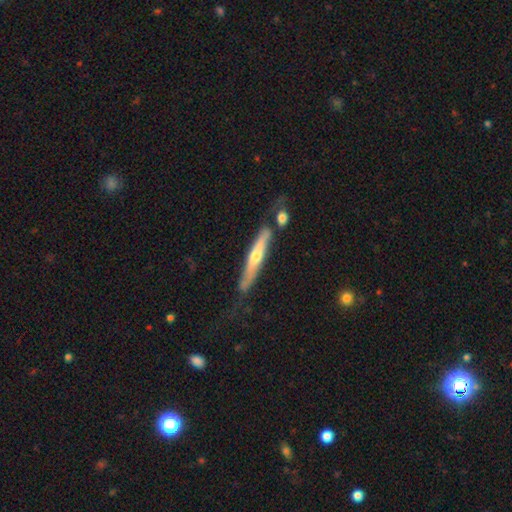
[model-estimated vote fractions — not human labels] featured or disk 57%, smooth 37%, star or artifact 5%. Down the decision tree: edge-on disk — yes (90%); edge-on bulge — rounded (75%); merging — none (68%).